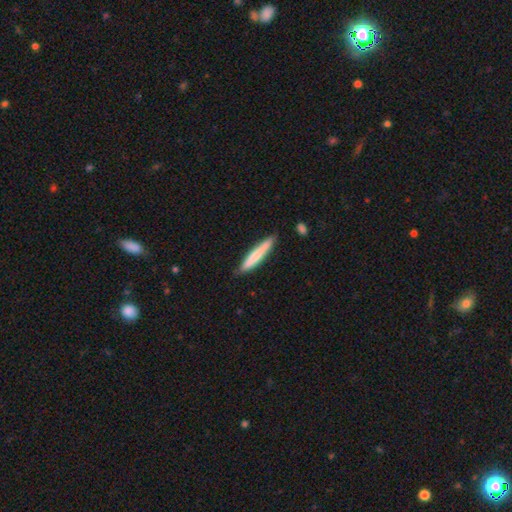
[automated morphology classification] type=smooth (68%); roundness=cigar-shaped (93%); merging=none (85%).